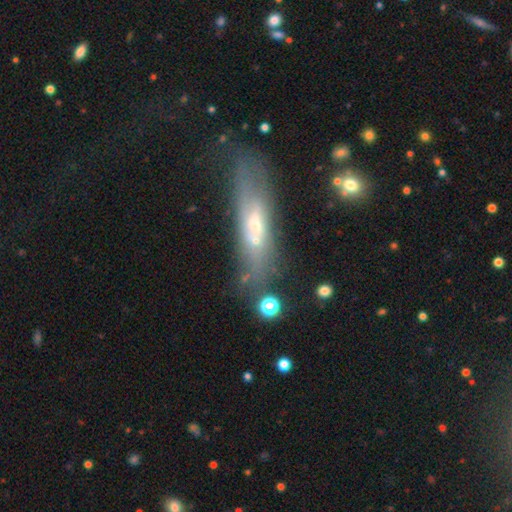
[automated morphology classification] smooth-or-featured: featured or disk: 53% | smooth: 33% | star or artifact: 14%
  disk-edge-on: yes: 55% | no: 45%
  merging: none: 58% | minor disturbance: 21% | major disturbance: 15% | merger: 7%